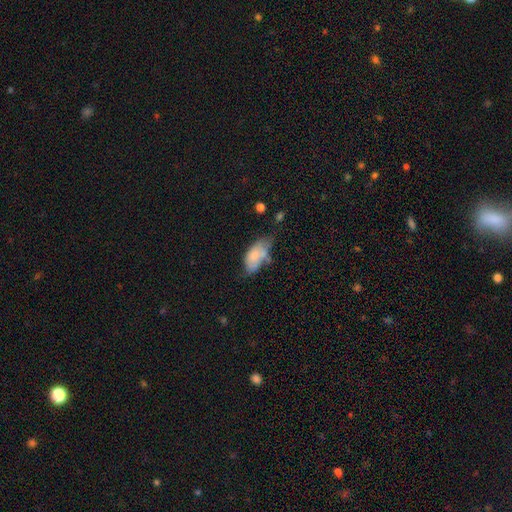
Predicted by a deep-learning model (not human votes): The model was most divided on "merging": minor disturbance: 37%, none: 29%, major disturbance: 19%, merger: 15%. More confident: how rounded — in between (92%); smooth or featured — smooth (69%).